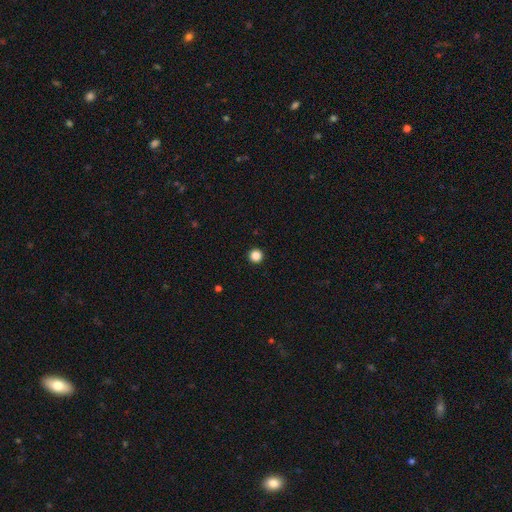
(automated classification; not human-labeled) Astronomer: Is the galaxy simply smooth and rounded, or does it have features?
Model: smooth — 86%.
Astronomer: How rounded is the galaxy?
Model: round — 97%.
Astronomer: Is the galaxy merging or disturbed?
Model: none — 94%.